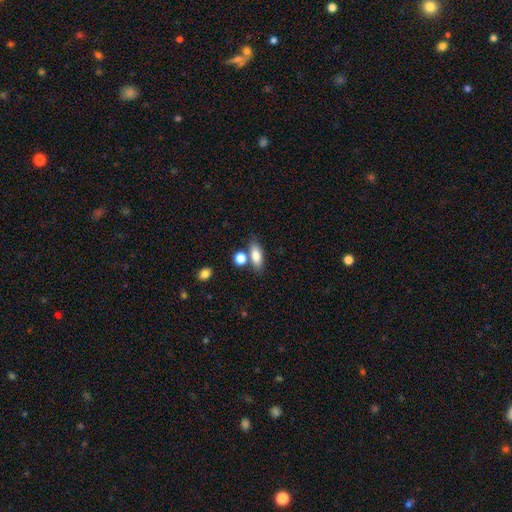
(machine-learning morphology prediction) This is clearly a smooth galaxy (80%). How rounded: likely in between (75%). Merging: likely none (67%).